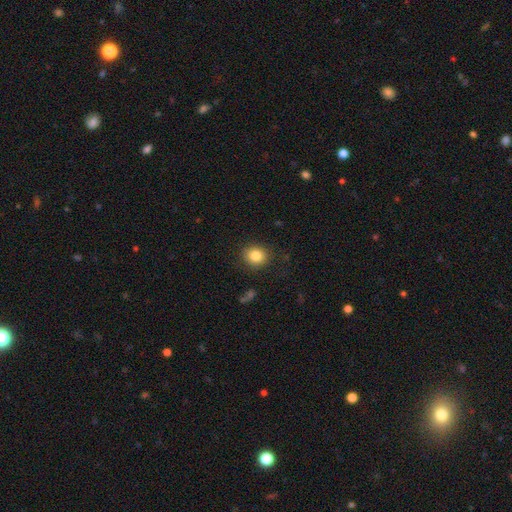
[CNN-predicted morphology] Smooth or featured? smooth (83%)
How rounded? round (77%)
Merging? none (87%)